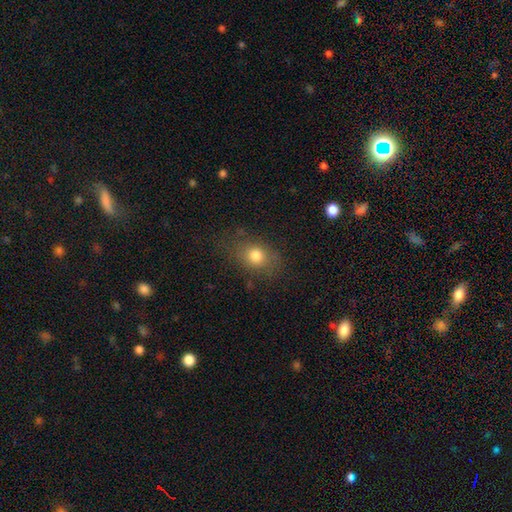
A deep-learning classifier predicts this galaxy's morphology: Overall: smooth (78%). How rounded: in between (55%; round 43%). Merging: none (74%).